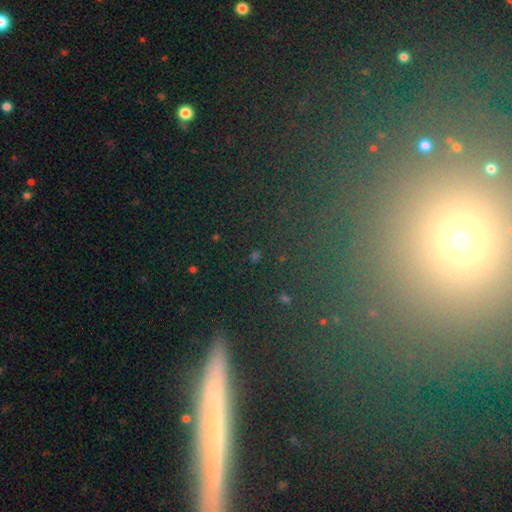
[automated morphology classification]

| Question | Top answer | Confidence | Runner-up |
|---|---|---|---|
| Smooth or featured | star or artifact | 44% | smooth (34%) |